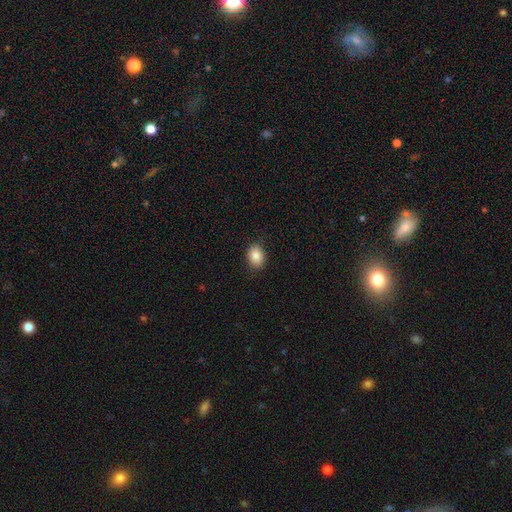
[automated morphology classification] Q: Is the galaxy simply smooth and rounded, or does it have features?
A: smooth — 87%.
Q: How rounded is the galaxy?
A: in between — 70%.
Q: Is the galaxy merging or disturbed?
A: none — 87%.